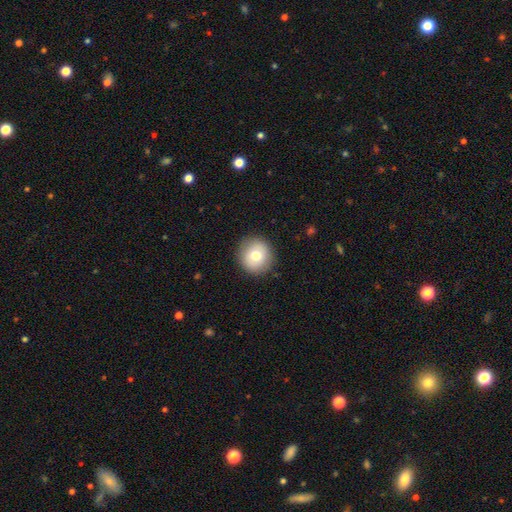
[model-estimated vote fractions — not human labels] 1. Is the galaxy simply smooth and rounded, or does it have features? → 74% smooth, 17% featured or disk, 9% star or artifact.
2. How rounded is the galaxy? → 92% round, 8% in between, 1% cigar-shaped.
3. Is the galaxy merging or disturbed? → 89% none, 8% minor disturbance, 2% major disturbance, 1% merger.